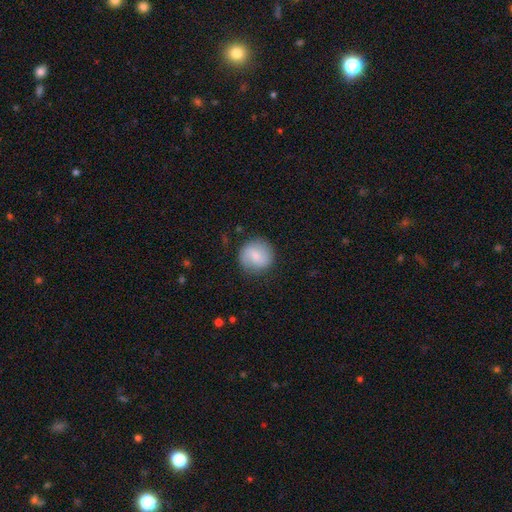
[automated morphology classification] Smooth or featured? Predicted: smooth (p=0.59). How rounded? Predicted: round (p=0.92). Merging? Predicted: none (p=0.84).